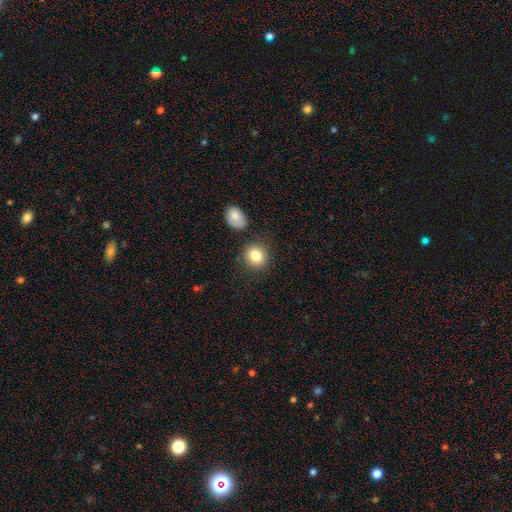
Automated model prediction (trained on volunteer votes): smooth-or-featured: smooth: 84% | star or artifact: 9% | featured or disk: 8%
  how-rounded: round: 80% | in between: 19% | cigar-shaped: 1%
  merging: none: 81% | minor disturbance: 9% | merger: 7% | major disturbance: 3%